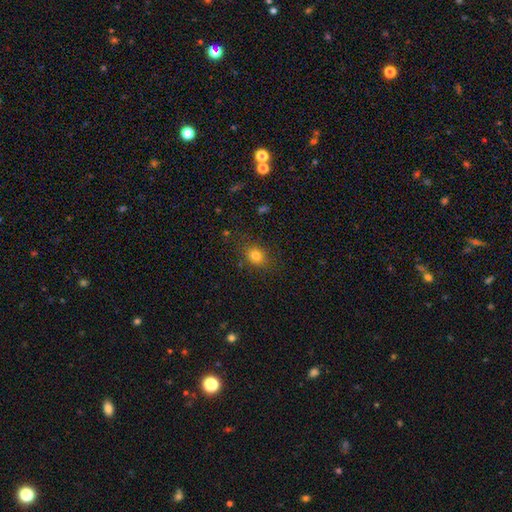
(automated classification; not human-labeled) Smooth or featured?
  - smooth: 80% *
  - star or artifact: 13%
  - featured or disk: 7%
How rounded?
  - round: 51% *
  - in between: 48%
  - cigar-shaped: 1%
Merging?
  - none: 83% *
  - minor disturbance: 12%
  - major disturbance: 4%
  - merger: 2%